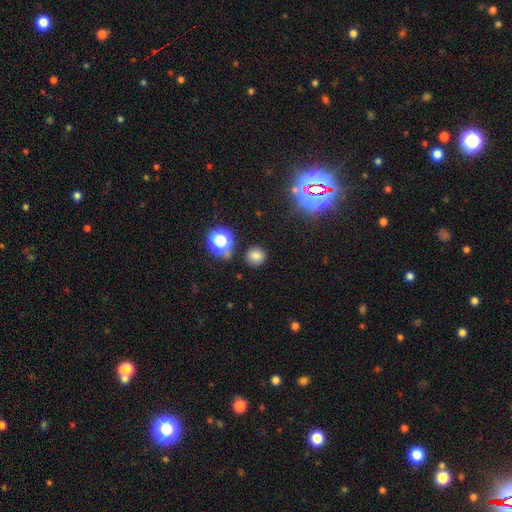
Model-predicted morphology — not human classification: type=smooth (76%); roundness=round (89%); merging=none (85%).